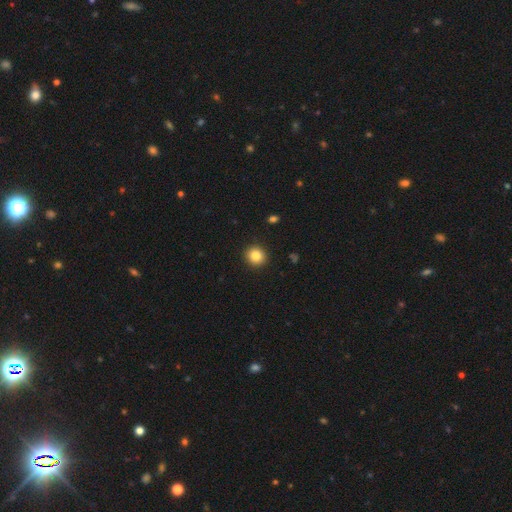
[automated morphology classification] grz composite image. It shows a smooth galaxy with no disk features (84%) that is round (91%). Merging: none (92%).